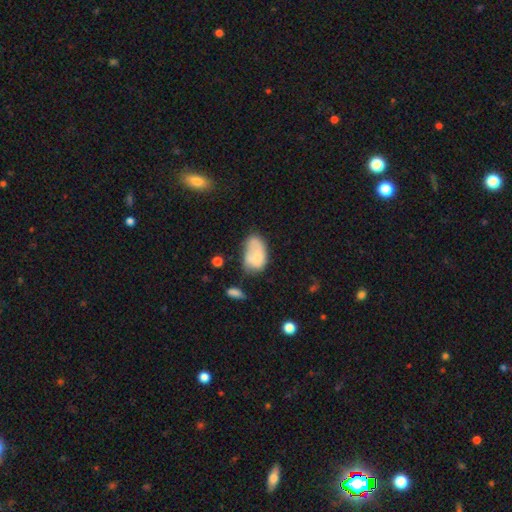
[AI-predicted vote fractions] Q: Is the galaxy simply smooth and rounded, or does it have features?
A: smooth — 70%.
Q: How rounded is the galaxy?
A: in between — 92%.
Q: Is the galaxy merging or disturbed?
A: none — 36%.